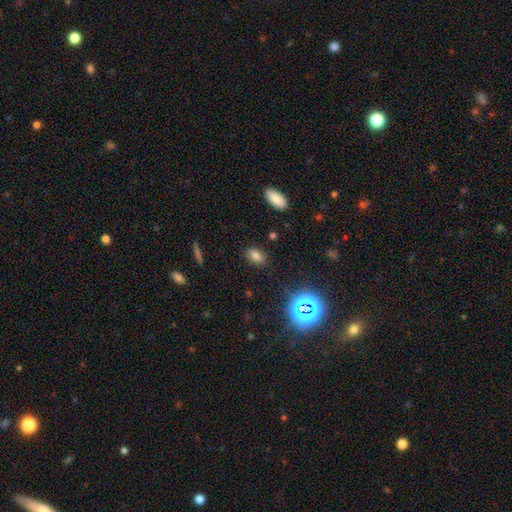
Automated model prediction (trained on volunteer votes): The model was most divided on "smooth or featured": smooth: 75%, star or artifact: 17%, featured or disk: 8%. More confident: how rounded — in between (85%); merging — none (85%).